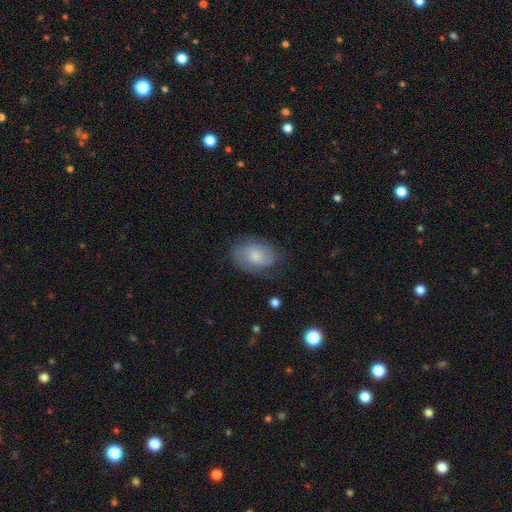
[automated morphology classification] A smooth galaxy with no disk features (57%) that is in between round and cigar-shaped (76%). Merging: none (68%).